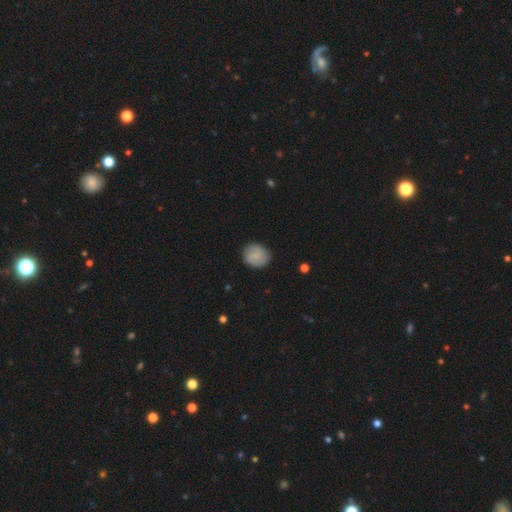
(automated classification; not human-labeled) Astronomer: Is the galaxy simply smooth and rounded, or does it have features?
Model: smooth — 66%.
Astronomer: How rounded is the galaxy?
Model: round — 76%.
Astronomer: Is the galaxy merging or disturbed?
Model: none — 85%.